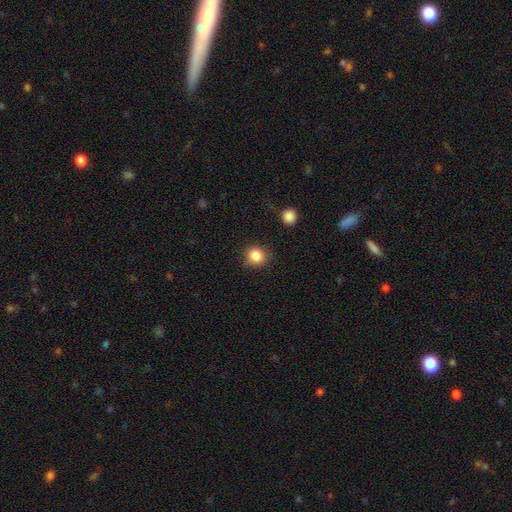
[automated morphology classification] This appears to be a smooth galaxy with no disk features (85%) that is round (82%). Merging: none (81%).